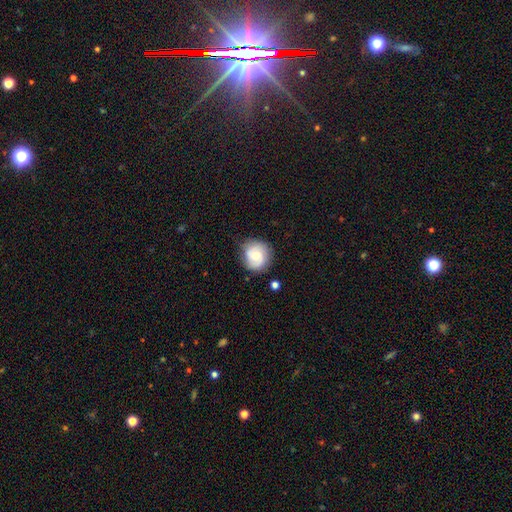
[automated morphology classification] Smooth or featured? Predicted: smooth (p=0.59). How rounded? Predicted: round (p=0.87). Merging? Predicted: none (p=0.73).